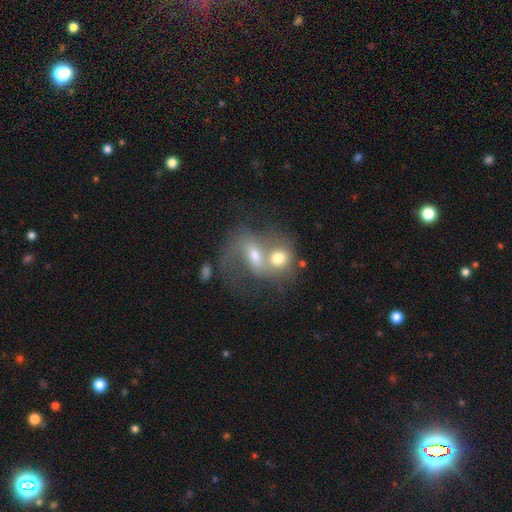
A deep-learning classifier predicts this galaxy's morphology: smooth_or_featured: featured or disk (p=0.51) [alt: smooth p=0.38]
disk_edge_on: no (p=0.95) [alt: yes p=0.05]
merging: merger (p=0.75) [alt: none p=0.12]